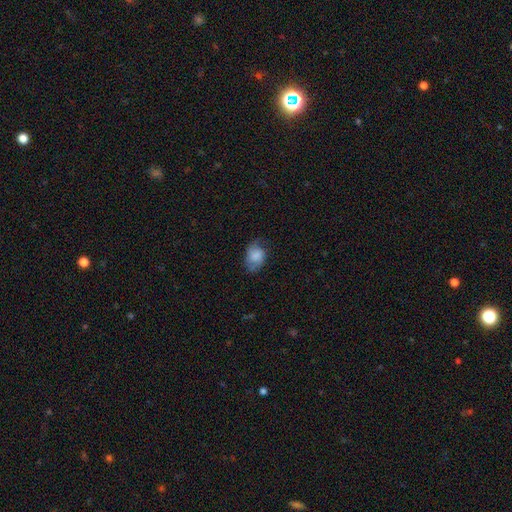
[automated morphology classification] smooth 72%, featured or disk 20%, star or artifact 8%. Down the decision tree: how rounded — in between (72%); merging — none (59%).